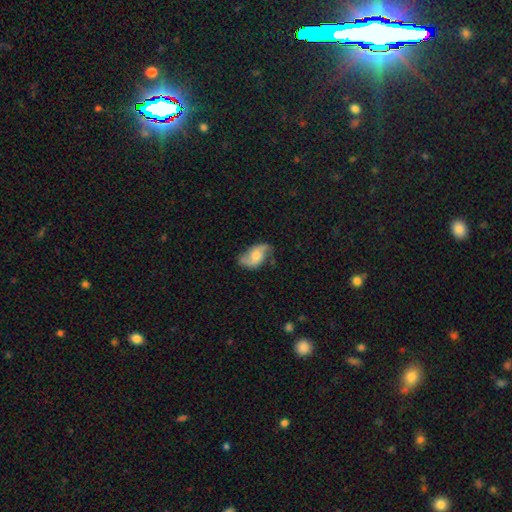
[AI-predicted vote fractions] Smooth or featured: featured or disk — 71% (smooth — 23%)
Edge-on disk: no — 96% (yes — 4%)
Bar: no — 60% (weak — 33%)
Spiral arms: yes — 93% (no — 7%)
Spiral winding: loose — 58% (medium — 32%)
Spiral arm count: 2 — 89% (can't tell — 4%)
Bulge size: moderate — 49% (small — 34%)
Merging: none — 66% (minor disturbance — 23%)